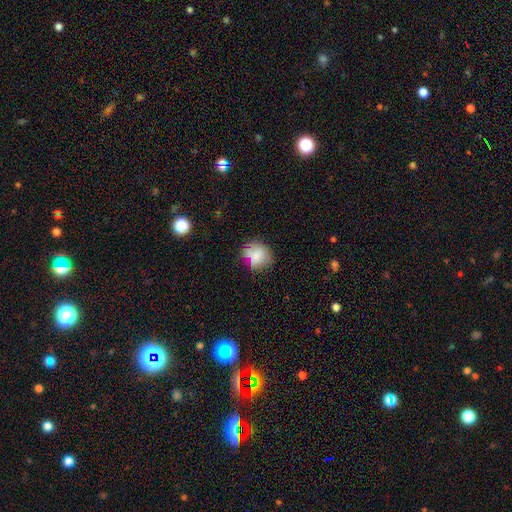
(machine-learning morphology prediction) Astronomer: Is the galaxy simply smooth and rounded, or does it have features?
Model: smooth — 74%.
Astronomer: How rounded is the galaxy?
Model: round — 76%.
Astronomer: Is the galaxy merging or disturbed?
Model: none — 66%.